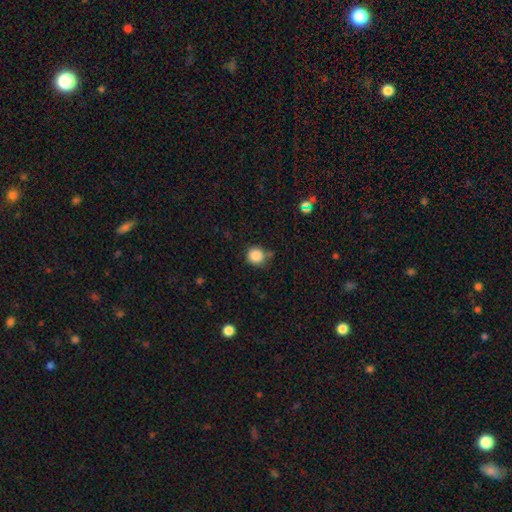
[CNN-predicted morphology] Smooth or featured?
  - smooth: 86% *
  - star or artifact: 10%
  - featured or disk: 3%
How rounded?
  - round: 92% *
  - in between: 7%
  - cigar-shaped: 1%
Merging?
  - none: 77% *
  - minor disturbance: 14%
  - merger: 6%
  - major disturbance: 4%